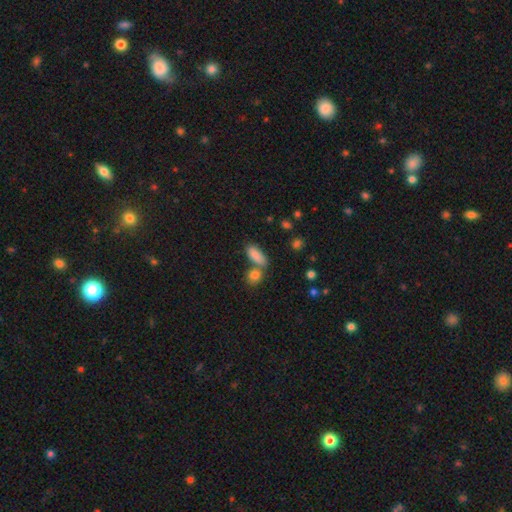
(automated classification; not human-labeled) Smooth or featured? Predicted: smooth (p=0.86). How rounded? Predicted: in between (p=0.76). Merging? Predicted: none (p=0.57).